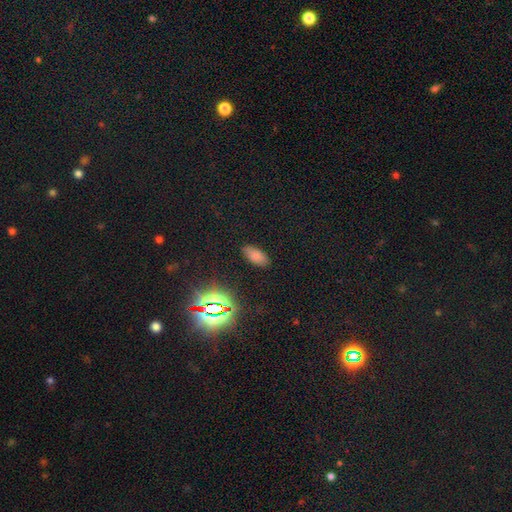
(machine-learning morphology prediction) type=smooth (76%); roundness=in between (90%); merging=none (86%).